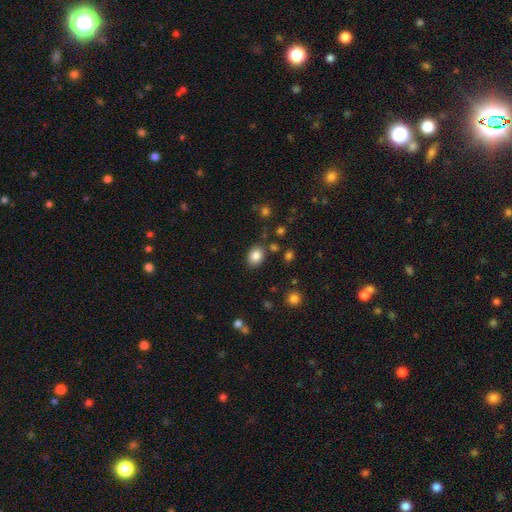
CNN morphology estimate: Overall: smooth (85%). How rounded: in between (62%; round 37%). Merging: none (81%).